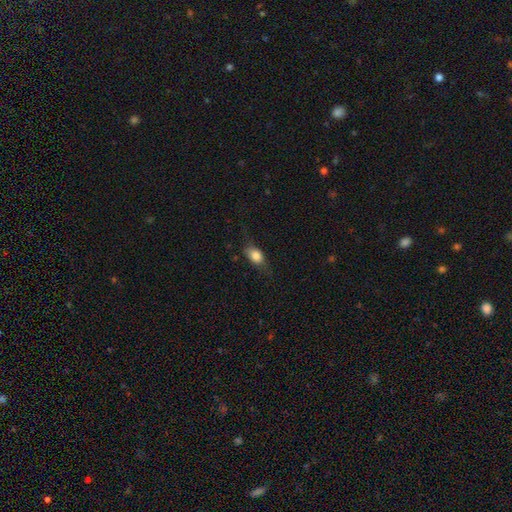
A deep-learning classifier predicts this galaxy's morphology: smooth-or-featured: smooth: 78% | featured or disk: 14% | star or artifact: 8%
  how-rounded: in between: 78% | round: 15% | cigar-shaped: 7%
  merging: none: 65% | minor disturbance: 24% | major disturbance: 9% | merger: 1%